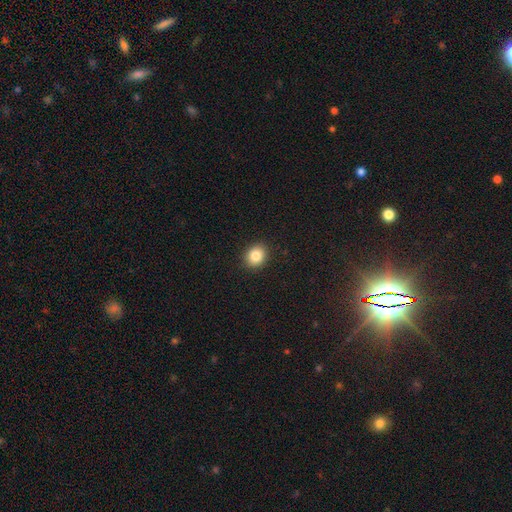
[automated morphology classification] Smooth or featured?
  - smooth: 85% *
  - star or artifact: 9%
  - featured or disk: 6%
How rounded?
  - round: 62% *
  - in between: 37%
  - cigar-shaped: 1%
Merging?
  - none: 91% *
  - minor disturbance: 7%
  - major disturbance: 2%
  - merger: 1%